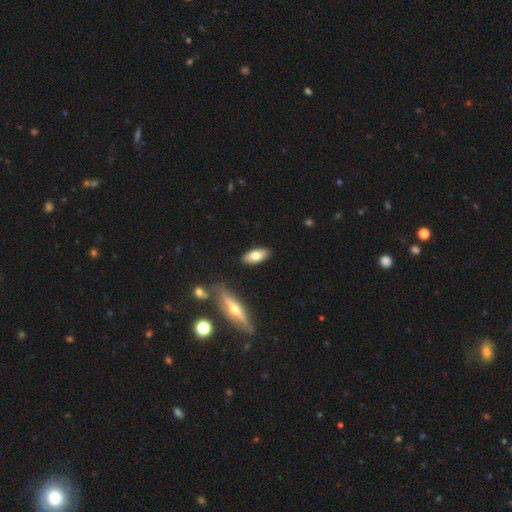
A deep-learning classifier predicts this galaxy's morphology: Q: Smooth or featured?
A: smooth (74%); runner-up: featured or disk (20%)
Q: How rounded?
A: in between (82%); runner-up: cigar-shaped (16%)
Q: Merging?
A: none (87%); runner-up: minor disturbance (9%)